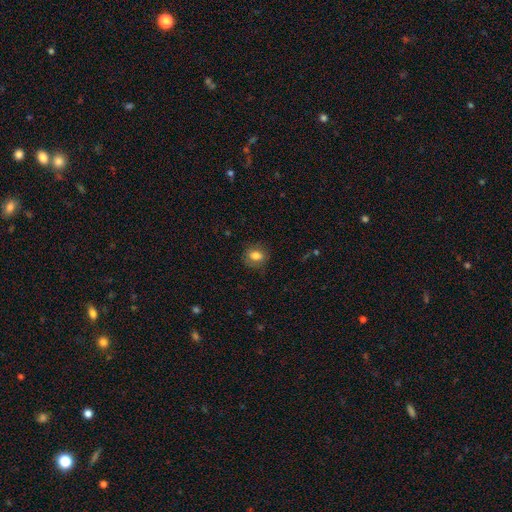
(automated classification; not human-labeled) Smooth or featured: smooth — 81% (star or artifact — 10%)
How rounded: in between — 53% (round — 45%)
Merging: none — 80% (minor disturbance — 15%)